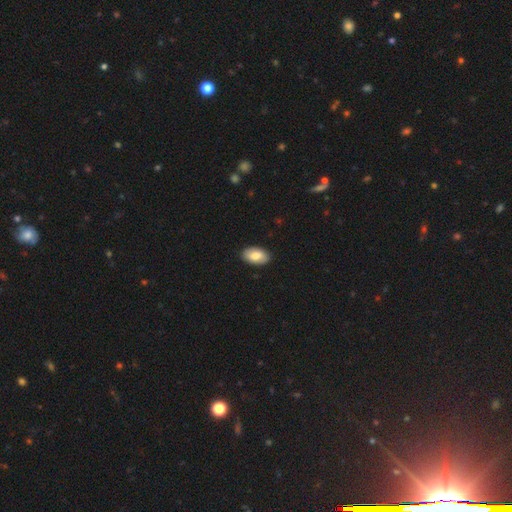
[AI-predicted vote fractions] Morphology: type=smooth (83%); roundness=in between (95%); merging=none (89%).